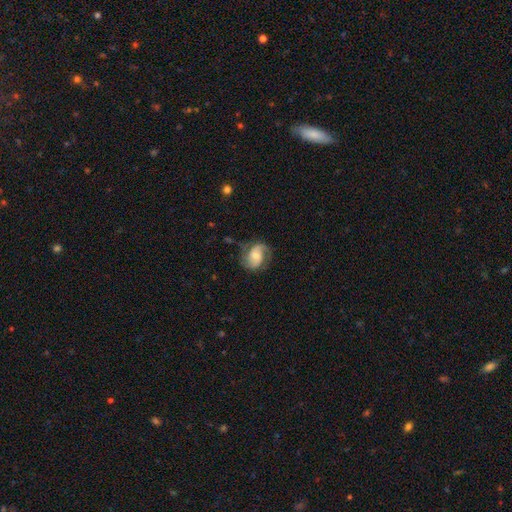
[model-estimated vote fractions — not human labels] Smooth or featured? featured or disk (76%)
Edge-on disk? no (98%)
Bar? no (47%)
Spiral arms? yes (95%)
Spiral winding? medium (49%)
Spiral arm count? 2 (85%)
Bulge size? moderate (42%)
Merging? none (66%)